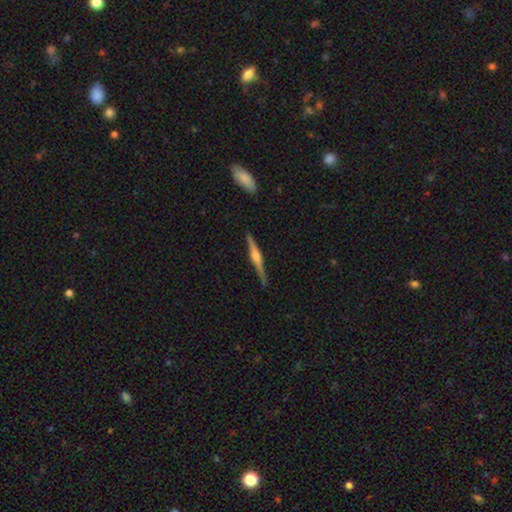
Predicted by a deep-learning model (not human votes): This is clearly a featured or disk galaxy (82%). It is clearly viewed edge-on (98%). Edge-on bulge: clearly rounded (87%). Merging: clearly none (89%).